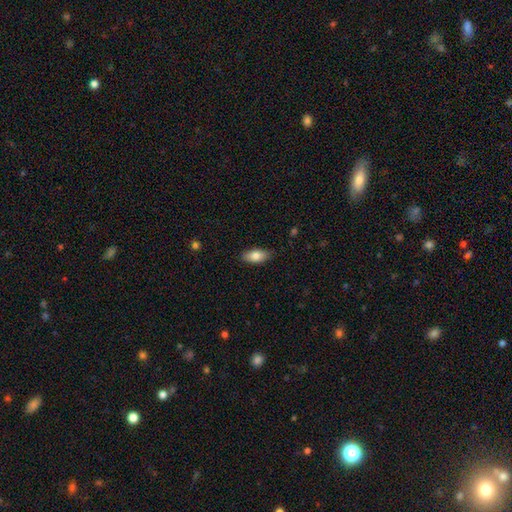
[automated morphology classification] This is clearly a smooth galaxy (80%). How rounded: clearly in between (86%). Merging: clearly none (84%).